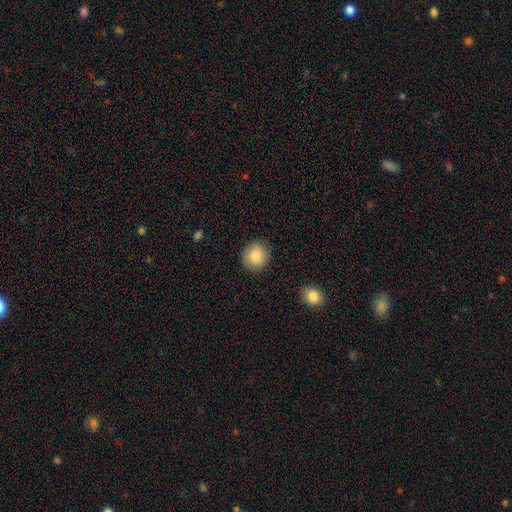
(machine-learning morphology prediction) type=smooth (83%); roundness=round (88%); merging=none (89%).